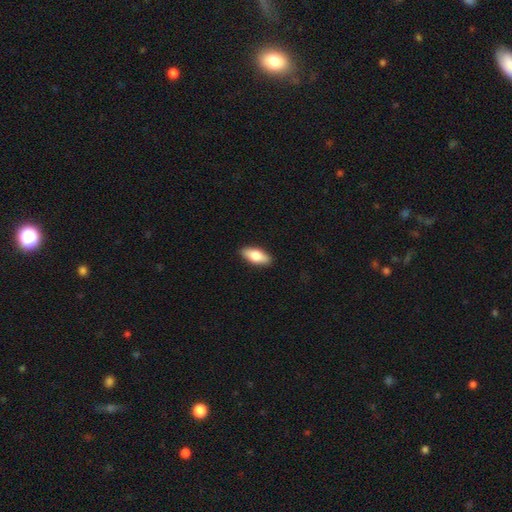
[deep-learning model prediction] smooth 76%, featured or disk 18%, star or artifact 6%. Down the decision tree: how rounded — in between (81%); merging — none (90%).